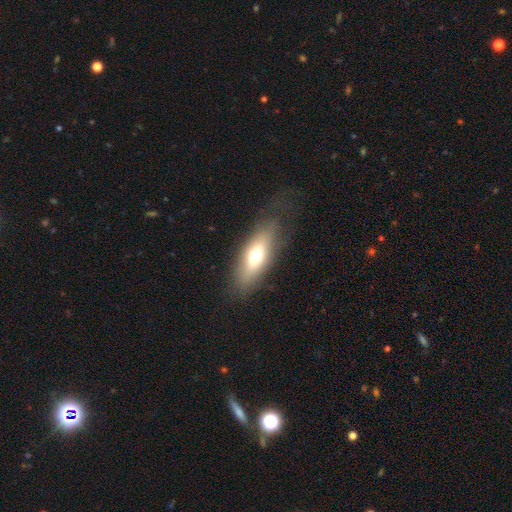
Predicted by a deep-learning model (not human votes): Smooth or featured? Predicted: smooth (p=0.64). How rounded? Predicted: in between (p=0.70). Merging? Predicted: none (p=0.79).